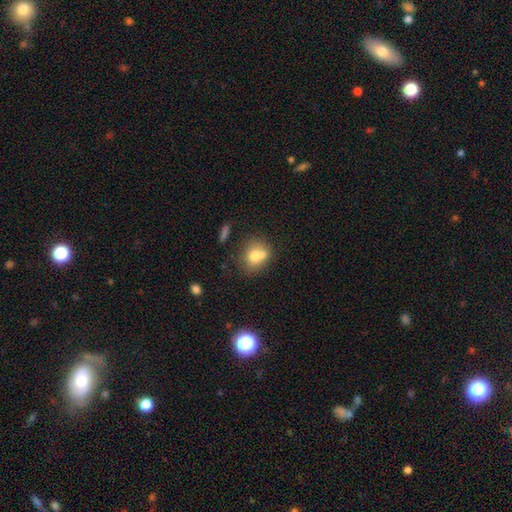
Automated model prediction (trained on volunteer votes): smooth_or_featured: smooth (p=0.70) [alt: featured or disk p=0.19]
how_rounded: round (p=0.70) [alt: in between p=0.29]
merging: merger (p=0.43) [tied with: none p=0.43]